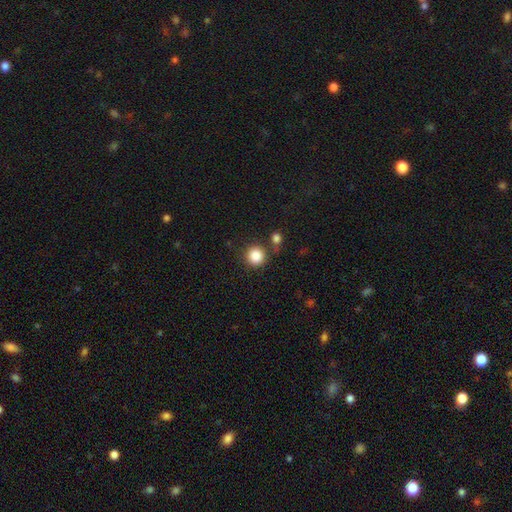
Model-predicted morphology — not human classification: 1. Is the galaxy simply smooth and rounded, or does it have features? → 87% smooth, 10% star or artifact, 4% featured or disk.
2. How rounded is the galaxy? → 93% round, 6% in between, 1% cigar-shaped.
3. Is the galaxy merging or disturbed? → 76% none, 10% minor disturbance, 10% merger, 4% major disturbance.